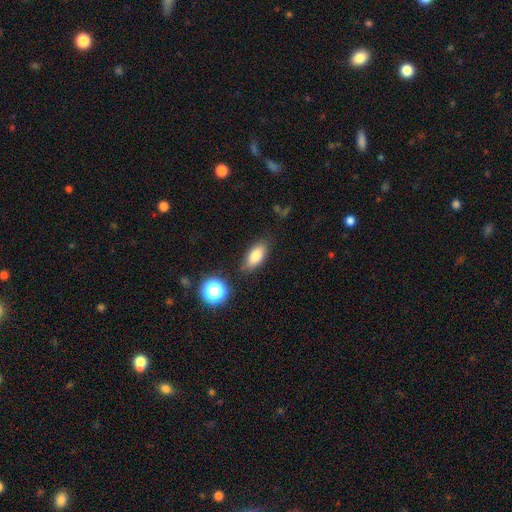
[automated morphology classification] Smooth or featured?
  - smooth: 81% *
  - featured or disk: 10%
  - star or artifact: 9%
How rounded?
  - in between: 84% *
  - cigar-shaped: 11%
  - round: 5%
Merging?
  - none: 81% *
  - minor disturbance: 12%
  - major disturbance: 3%
  - merger: 3%